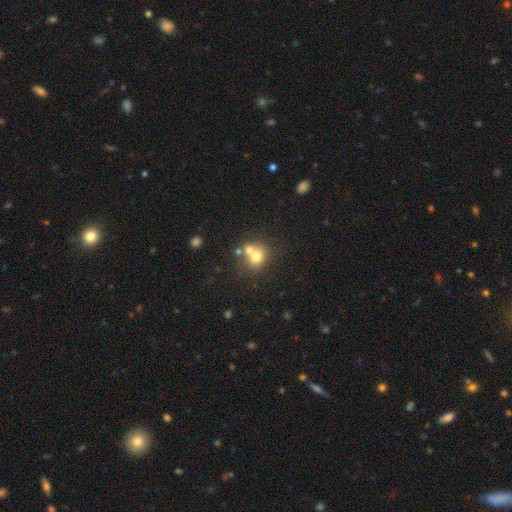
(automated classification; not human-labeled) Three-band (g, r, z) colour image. It shows a smooth galaxy with no disk features (70%) that is round (77%). Merging: merger (47%).